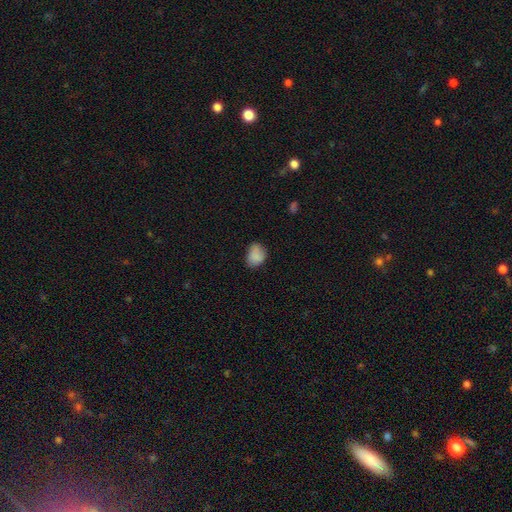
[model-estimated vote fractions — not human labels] smooth 84%, star or artifact 9%, featured or disk 6%. Down the decision tree: how rounded — in between (62%); merging — none (60%).